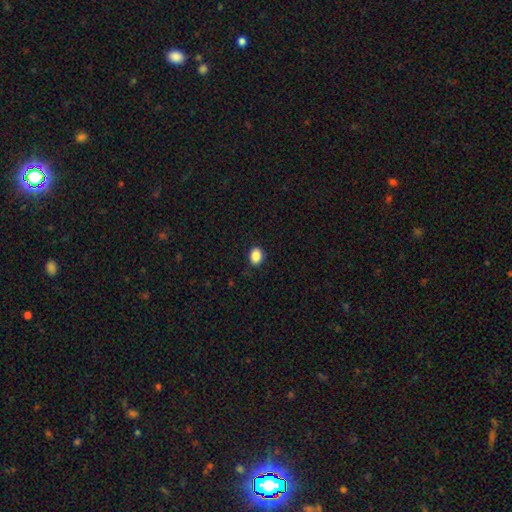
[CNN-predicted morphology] smooth 88%, star or artifact 9%, featured or disk 3%. Down the decision tree: how rounded — in between (57%); merging — none (88%).